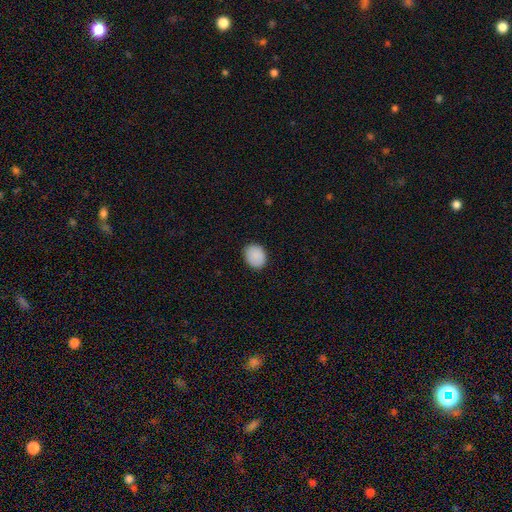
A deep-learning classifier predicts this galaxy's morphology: Overall: smooth (89%). How rounded: round (56%; in between 43%). Merging: none (88%).